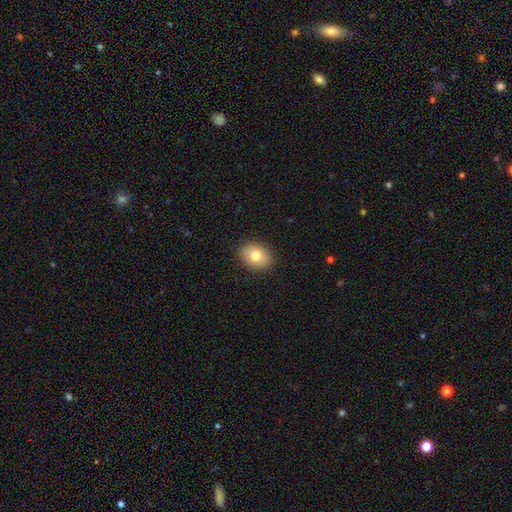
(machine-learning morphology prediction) smooth-or-featured: smooth: 78% | featured or disk: 13% | star or artifact: 9%
  how-rounded: in between: 65% | round: 34% | cigar-shaped: 1%
  merging: none: 89% | minor disturbance: 8% | major disturbance: 2% | merger: 1%